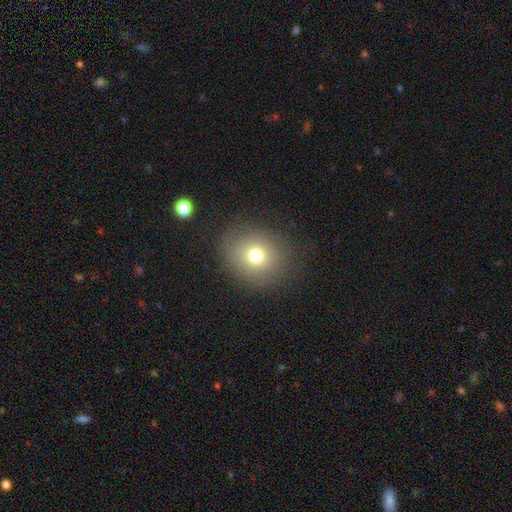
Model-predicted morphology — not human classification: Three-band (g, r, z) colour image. It shows a smooth galaxy with no disk features (71%) that is round (79%). Merging: none (83%).